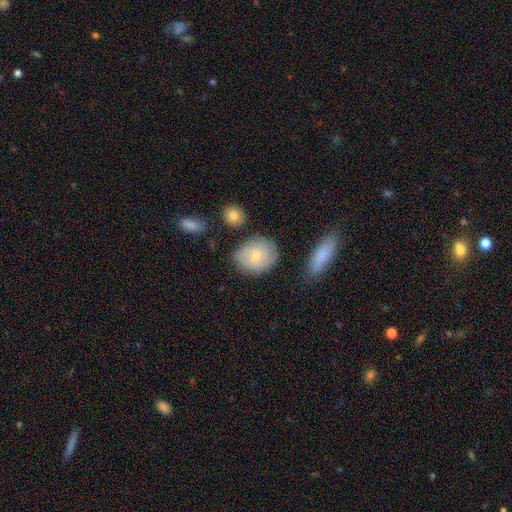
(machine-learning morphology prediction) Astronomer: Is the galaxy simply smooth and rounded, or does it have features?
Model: smooth — 66%.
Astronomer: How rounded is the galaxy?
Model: round — 58% (runner-up: in between, 41%).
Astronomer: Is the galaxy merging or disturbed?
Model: none — 75%.